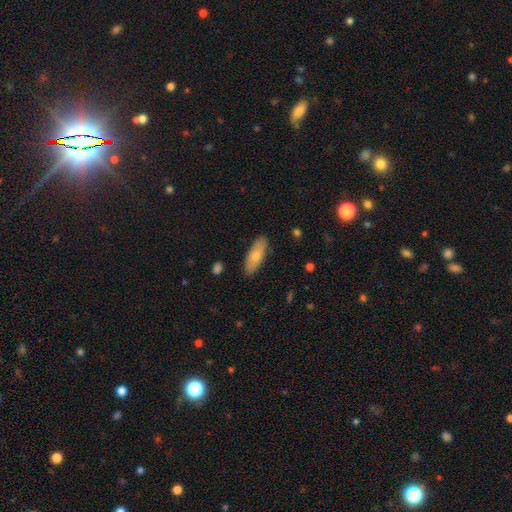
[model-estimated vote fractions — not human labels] Morphology: type=smooth (73%); roundness=in between (66%); merging=none (87%).